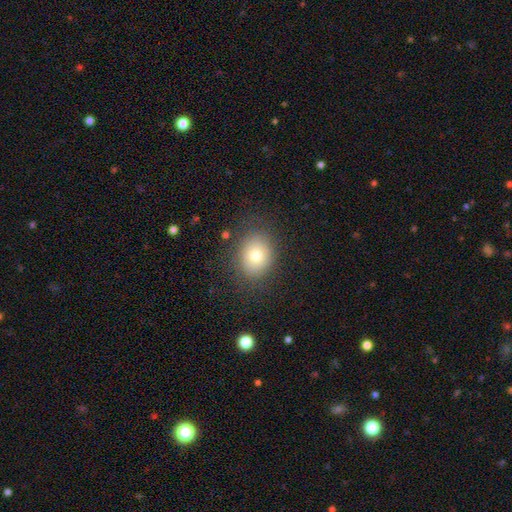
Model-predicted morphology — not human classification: The model was most divided on "how rounded": round: 53%, in between: 46%, cigar-shaped: 1%. More confident: merging — none (83%); smooth or featured — smooth (75%).